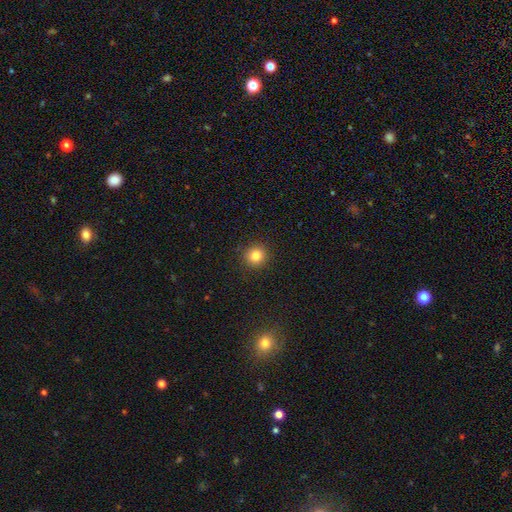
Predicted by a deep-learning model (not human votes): A smooth galaxy with no disk features (82%) that is round (93%). Merging: none (92%).